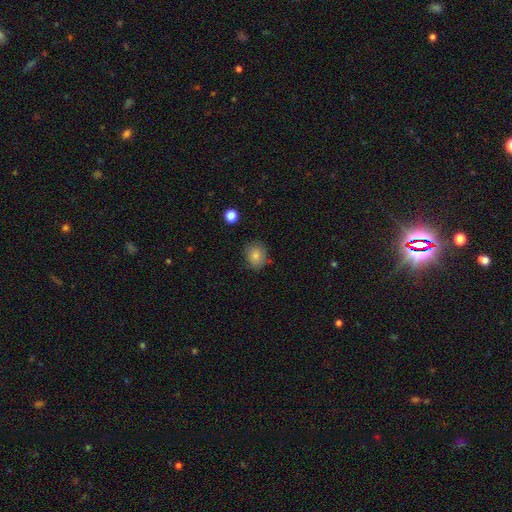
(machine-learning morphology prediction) smooth 81%, star or artifact 9%, featured or disk 9%. Down the decision tree: how rounded — round (64%); merging — none (74%).